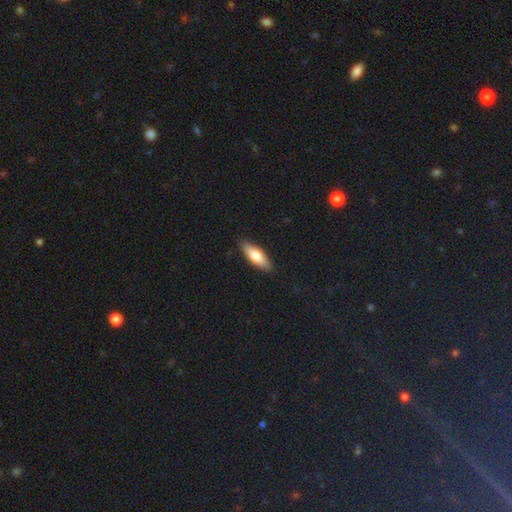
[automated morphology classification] type=smooth (75%); roundness=in between (60%); merging=none (87%).